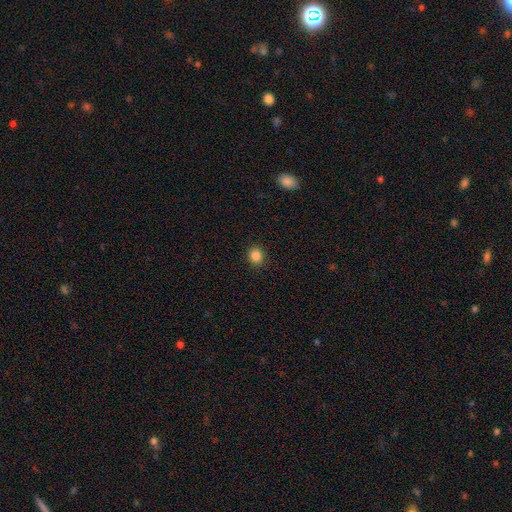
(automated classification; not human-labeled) This is clearly a smooth galaxy (86%). How rounded: likely round (79%). Merging: clearly none (92%).